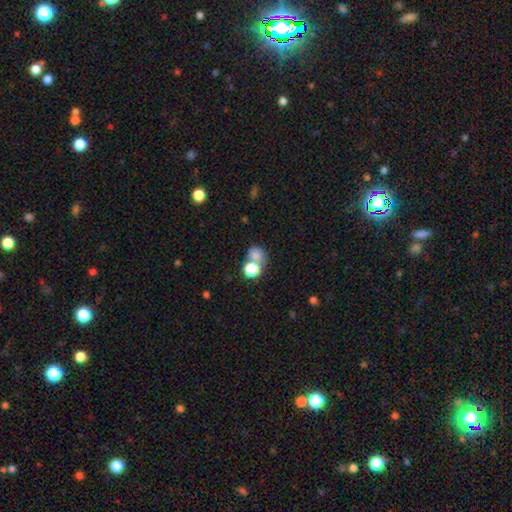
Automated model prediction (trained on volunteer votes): A smooth galaxy with no disk features (73%) that is round (72%).

Vote fractions:
- Smooth or featured? smooth: 73% / star or artifact: 16% / featured or disk: 10%
- How rounded? round: 72% / in between: 27% / cigar-shaped: 1%
- Merging? merger: 45% / none: 39% / minor disturbance: 9% / major disturbance: 6%